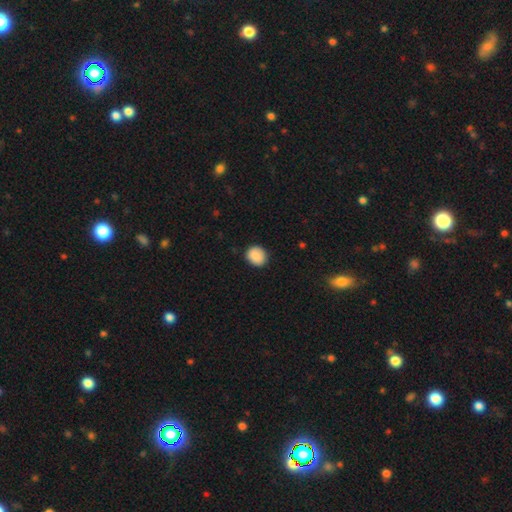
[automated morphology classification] This appears to be a smooth galaxy with no disk features (89%) that is round (71%). Merging: none (87%).